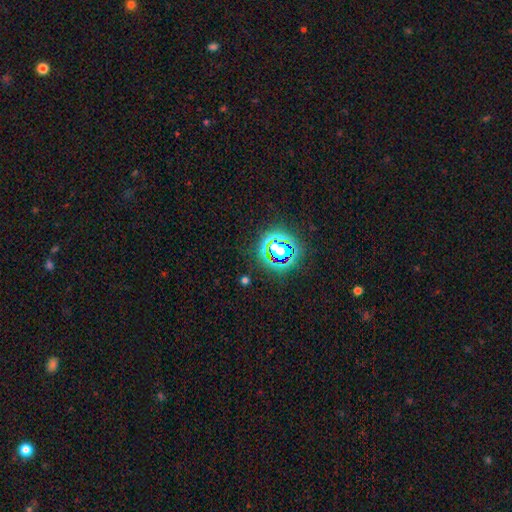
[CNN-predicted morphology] Overall: star or artifact (80%).